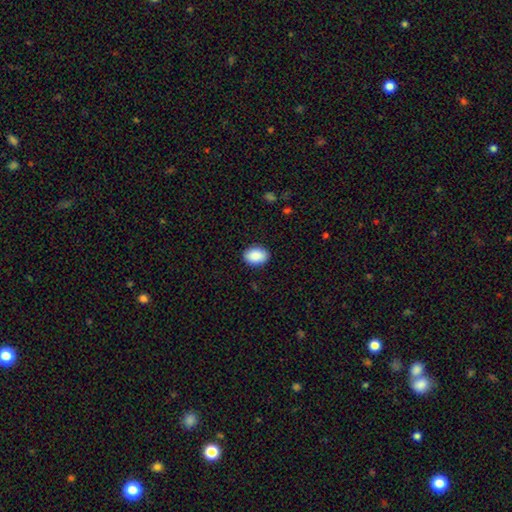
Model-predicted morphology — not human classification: Overall: smooth (90%). How rounded: in between (84%). Merging: none (89%).